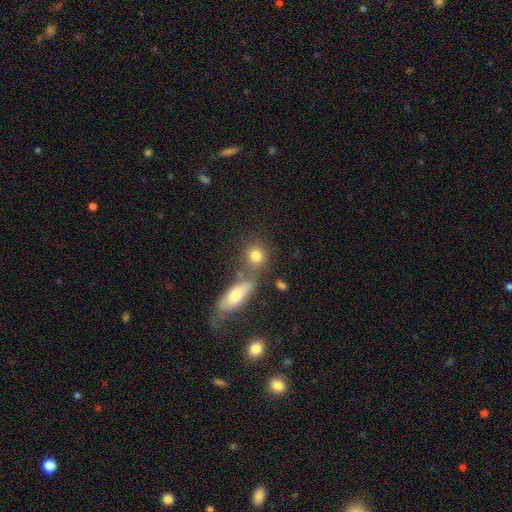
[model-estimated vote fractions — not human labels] Q: Smooth or featured?
A: smooth (79%); runner-up: star or artifact (10%)
Q: How rounded?
A: round (70%); runner-up: in between (25%)
Q: Merging?
A: none (58%); runner-up: merger (27%)